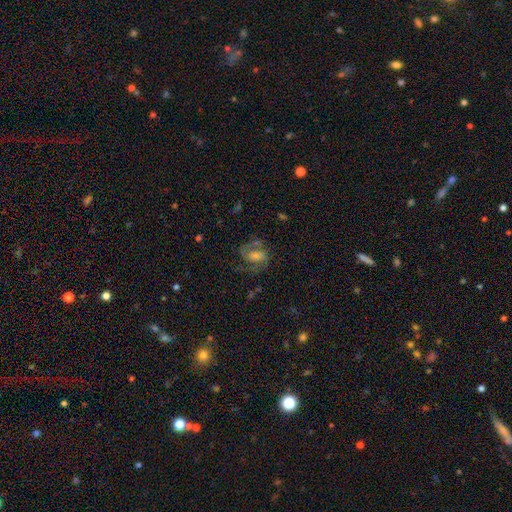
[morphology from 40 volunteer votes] smooth-or-featured: featured or disk: 92% | smooth: 5% | star or artifact: 2%
  disk-edge-on: no: 100% | yes: 0%
    bar: weak: 46% | strong: 32% | no: 22%
    has-spiral-arms: yes: 100% | no: 0%
      spiral-winding: medium: 46% | tight: 35% | loose: 19%
      spiral-arm-count: 2: 95% | 3: 3% | can't tell: 3% | 1: 0% | 4: 0% | more than 4: 0%
    bulge-size: small: 43% | large: 30% | moderate: 19% | none: 5% | dominant: 3%
  merging: none: 72% | minor disturbance: 21% | major disturbance: 8% | merger: 0%